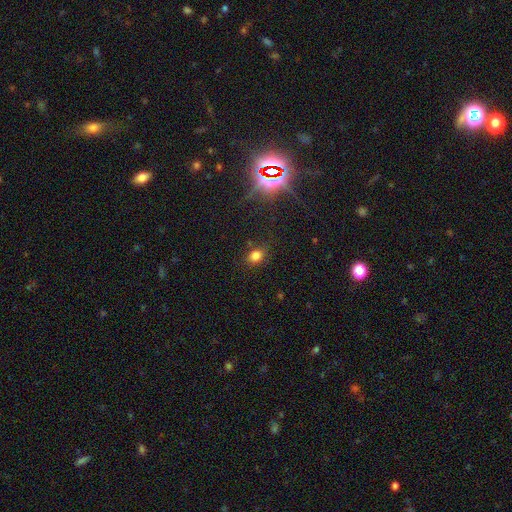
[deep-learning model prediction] Smooth or featured: smooth — 77% (star or artifact — 17%)
How rounded: in between — 51% (round — 47%)
Merging: none — 79% (minor disturbance — 14%)